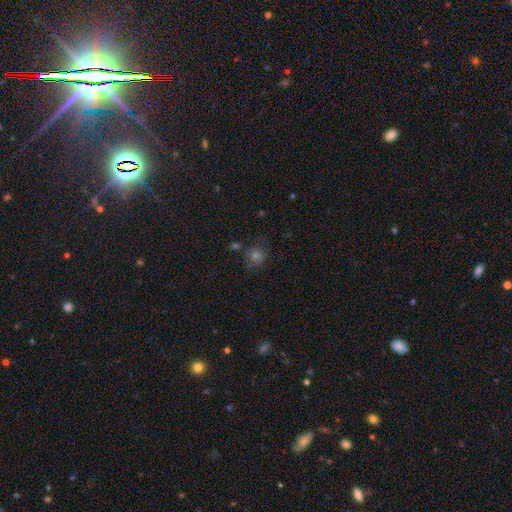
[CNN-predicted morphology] type=smooth (52%); roundness=round (84%); merging=none (73%).